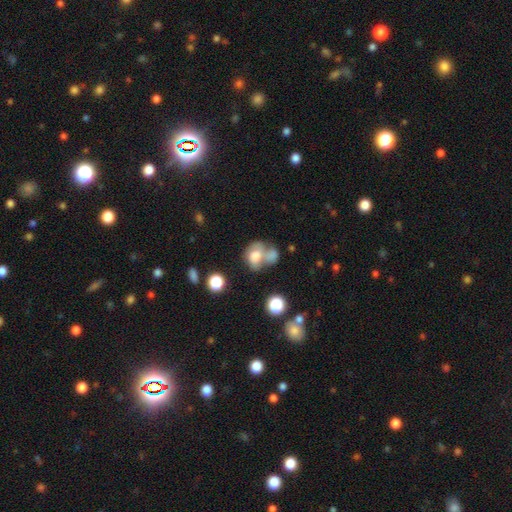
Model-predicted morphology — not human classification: smooth-or-featured: smooth: 62% | featured or disk: 27% | star or artifact: 11%
  how-rounded: in between: 55% | round: 44% | cigar-shaped: 1%
  merging: merger: 54% | none: 20% | major disturbance: 14% | minor disturbance: 13%